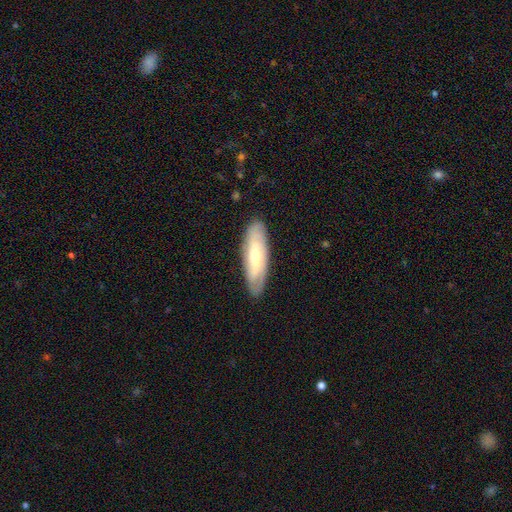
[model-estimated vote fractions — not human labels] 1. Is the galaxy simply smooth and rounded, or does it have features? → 52% featured or disk, 42% smooth, 6% star or artifact.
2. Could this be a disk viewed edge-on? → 70% no, 30% yes.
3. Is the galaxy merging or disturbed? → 85% none, 11% minor disturbance, 3% major disturbance, 1% merger.